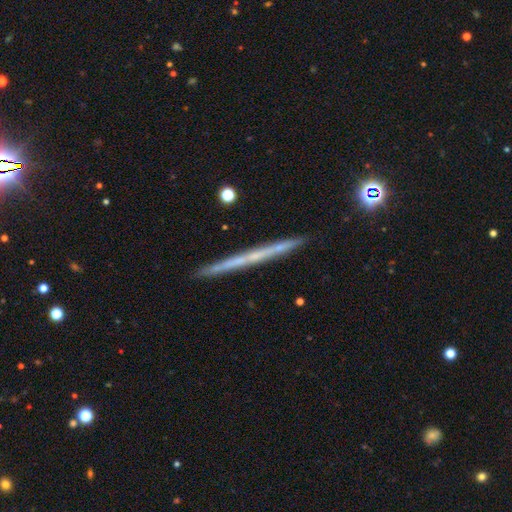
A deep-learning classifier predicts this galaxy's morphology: smooth-or-featured: featured or disk: 60% | smooth: 33% | star or artifact: 8%
  disk-edge-on: yes: 97% | no: 3%
    edge-on-bulge: none: 88% | rounded: 9% | boxy: 3%
  merging: none: 91% | minor disturbance: 7% | merger: 1% | major disturbance: 1%